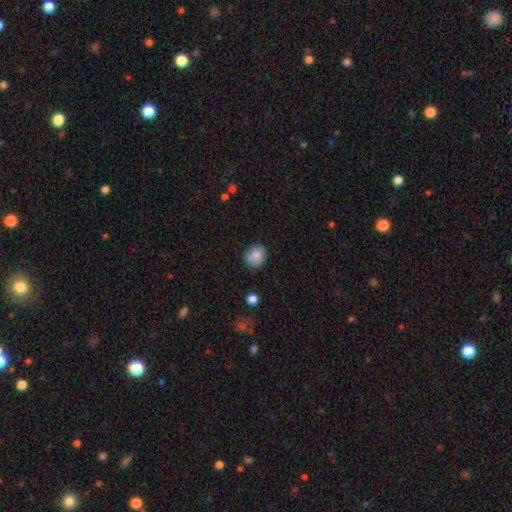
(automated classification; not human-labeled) Q: Smooth or featured?
A: smooth (86%); runner-up: star or artifact (8%)
Q: How rounded?
A: round (63%); runner-up: in between (36%)
Q: Merging?
A: none (77%); runner-up: minor disturbance (18%)